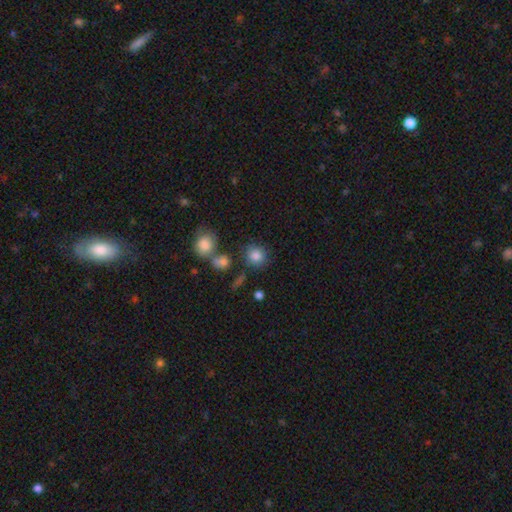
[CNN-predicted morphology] Smooth or featured: smooth — 83% (star or artifact — 10%)
How rounded: round — 82% (in between — 17%)
Merging: none — 73% (minor disturbance — 12%)